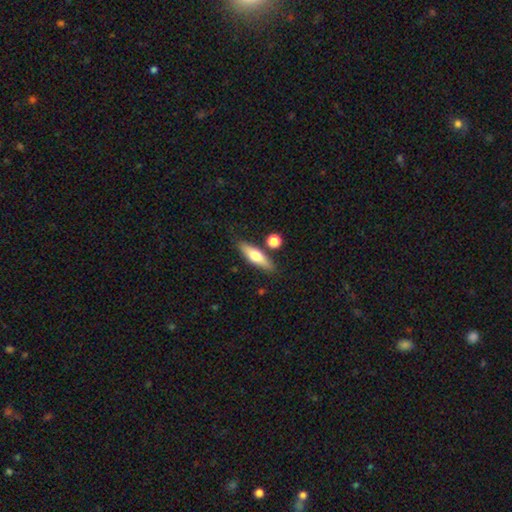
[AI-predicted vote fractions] Morphology: type=smooth (60%); roundness=cigar-shaped (57%); merging=none (80%).